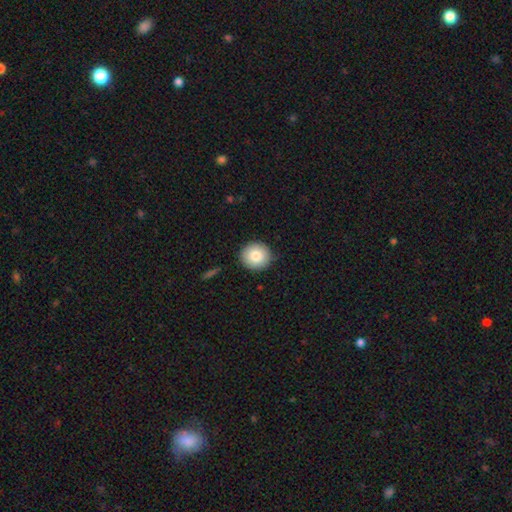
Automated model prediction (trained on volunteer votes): The model was most divided on "smooth or featured": smooth: 84%, featured or disk: 9%, star or artifact: 8%. More confident: how rounded — round (93%); merging — none (90%).